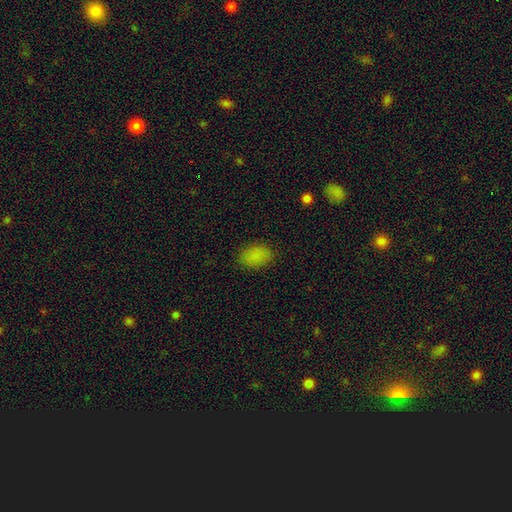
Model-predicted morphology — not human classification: type=smooth (84%); roundness=in between (86%); merging=none (84%).